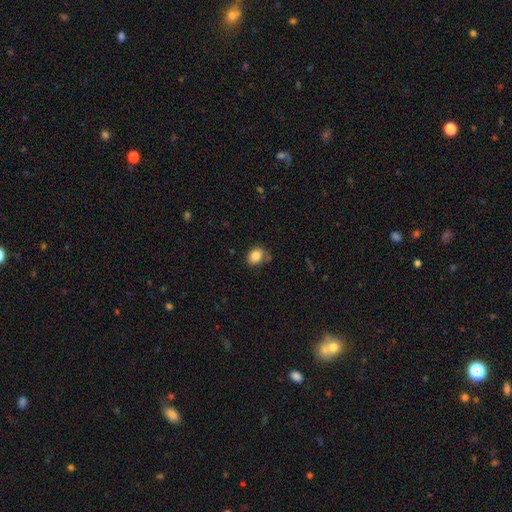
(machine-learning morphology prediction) This is clearly a smooth galaxy (84%). How rounded: possibly round (51%). Merging: likely none (73%).